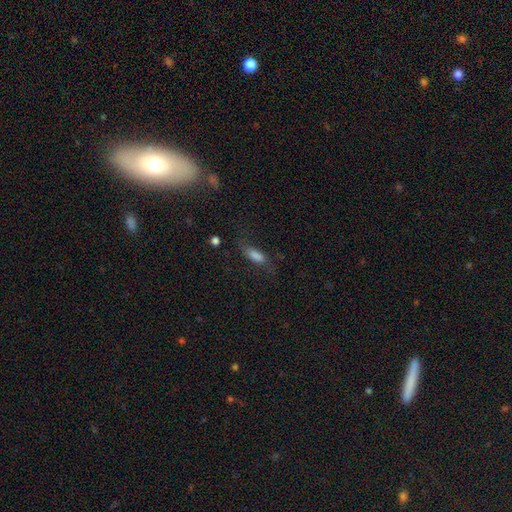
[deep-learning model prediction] This appears to be a smooth galaxy with no disk features (59%) that is in between round and cigar-shaped (56%). Merging: none (58%).